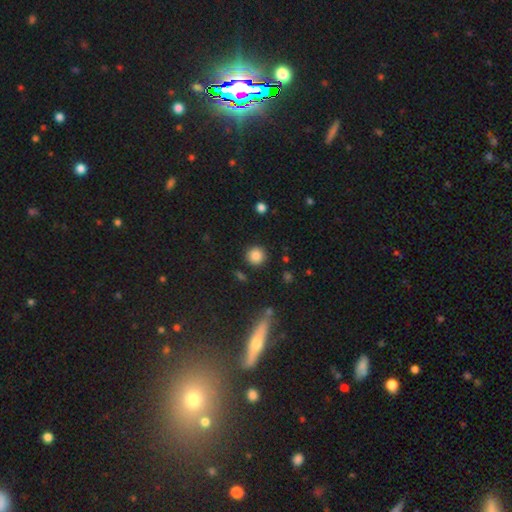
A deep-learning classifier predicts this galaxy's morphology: The model was most divided on "smooth or featured": smooth: 85%, star or artifact: 10%, featured or disk: 5%. More confident: how rounded — round (94%); merging — none (89%).